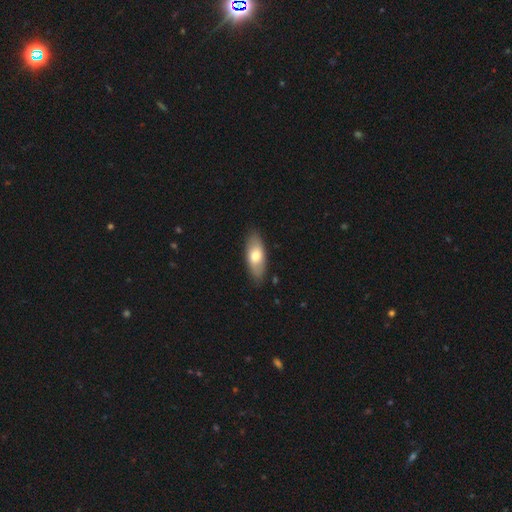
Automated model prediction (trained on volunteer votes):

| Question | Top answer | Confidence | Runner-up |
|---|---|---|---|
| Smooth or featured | smooth | 70% | featured or disk (25%) |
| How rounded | in between | 82% | cigar-shaped (16%) |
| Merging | none | 85% | minor disturbance (11%) |